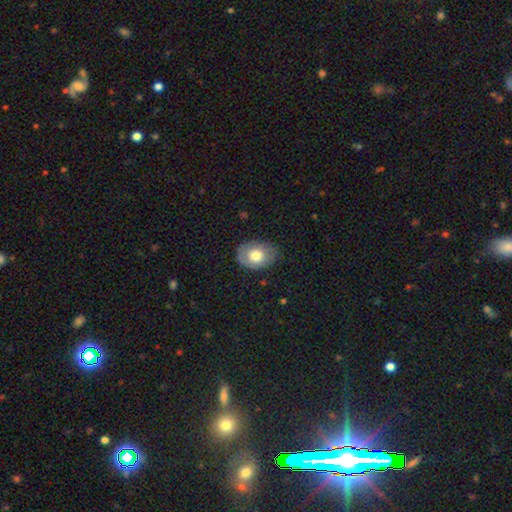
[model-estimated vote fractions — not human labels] The model was most divided on "smooth or featured": smooth: 66%, featured or disk: 27%, star or artifact: 7%. More confident: merging — none (77%); how rounded — in between (71%).